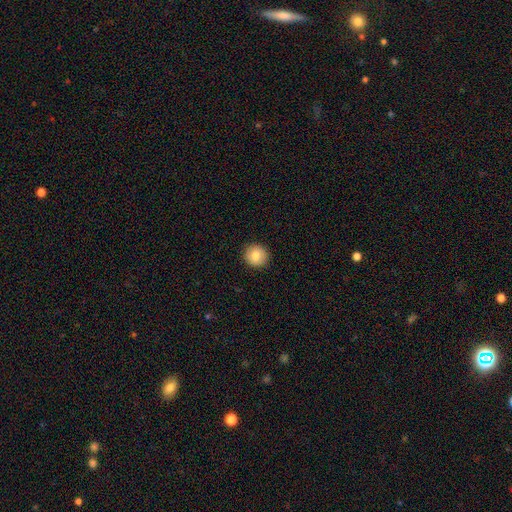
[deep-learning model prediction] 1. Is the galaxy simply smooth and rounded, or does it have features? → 84% smooth, 8% star or artifact, 8% featured or disk.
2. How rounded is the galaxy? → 90% round, 9% in between, 1% cigar-shaped.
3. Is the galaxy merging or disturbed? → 91% none, 6% minor disturbance, 2% major disturbance, 1% merger.